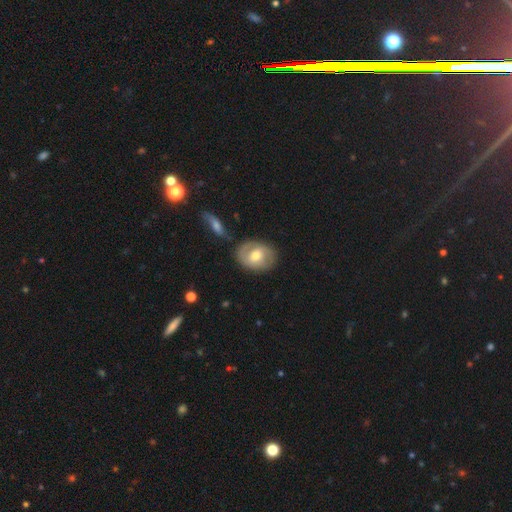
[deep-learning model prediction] smooth_or_featured: featured or disk (p=0.56) [alt: smooth p=0.38]
disk_edge_on: no (p=0.94) [alt: yes p=0.06]
bar: no (p=0.45) [alt: weak p=0.42]
has_spiral_arms: yes (p=0.71) [alt: no p=0.29]
bulge_size: moderate (p=0.72) [alt: small p=0.18]
merging: none (p=0.74) [alt: minor disturbance p=0.16]